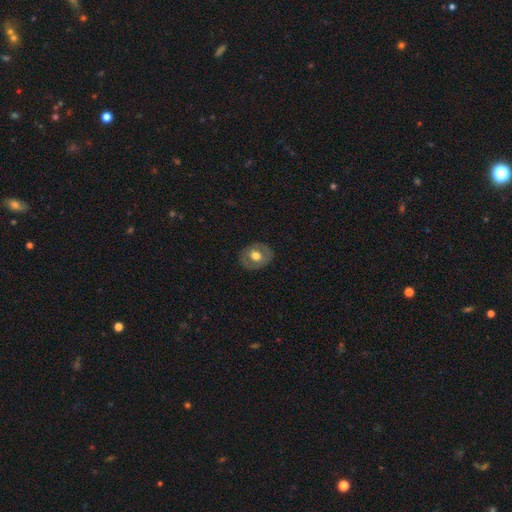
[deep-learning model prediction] Overall: smooth (51%; featured or disk 42%). How rounded: round (58%; in between 41%). Merging: none (85%).